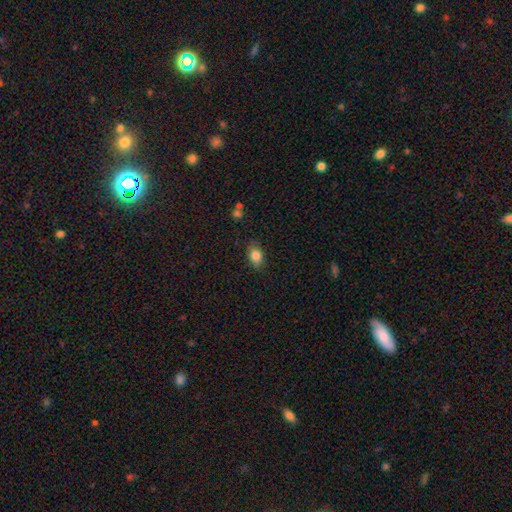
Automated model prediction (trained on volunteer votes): This appears to be a smooth galaxy with no disk features (84%) that is in between round and cigar-shaped (79%). Merging: none (80%).